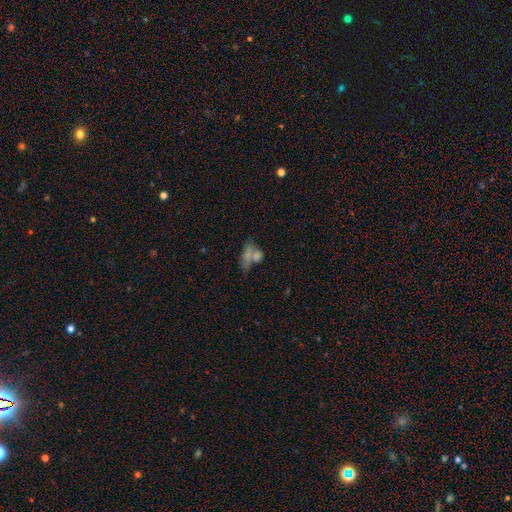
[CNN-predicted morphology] A smooth galaxy with no disk features (61%) that is in between round and cigar-shaped (68%). Merging: merger (44%).